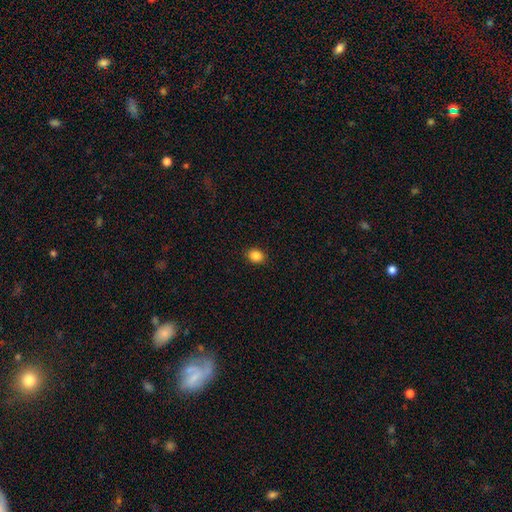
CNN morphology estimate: smooth-or-featured: smooth: 86% | star or artifact: 10% | featured or disk: 4%
  how-rounded: round: 57% | in between: 42% | cigar-shaped: 1%
  merging: none: 91% | minor disturbance: 6% | major disturbance: 2% | merger: 1%